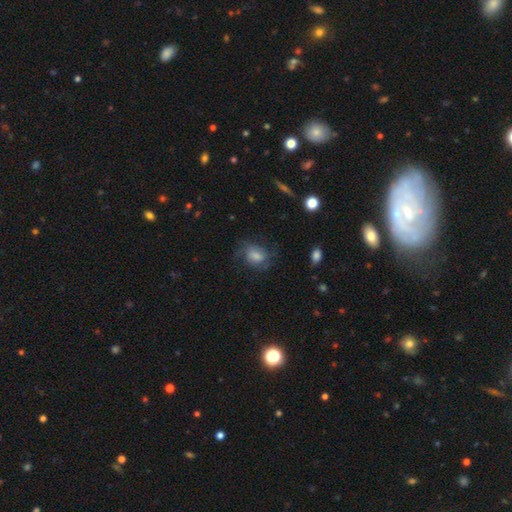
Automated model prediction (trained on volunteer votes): A smooth galaxy with no disk features (53%) that is in between round and cigar-shaped (57%).

Vote fractions:
- Smooth or featured? smooth: 53% / featured or disk: 38% / star or artifact: 9%
- How rounded? in between: 57% / round: 42% / cigar-shaped: 1%
- Merging? none: 53% / minor disturbance: 24% / major disturbance: 21% / merger: 2%